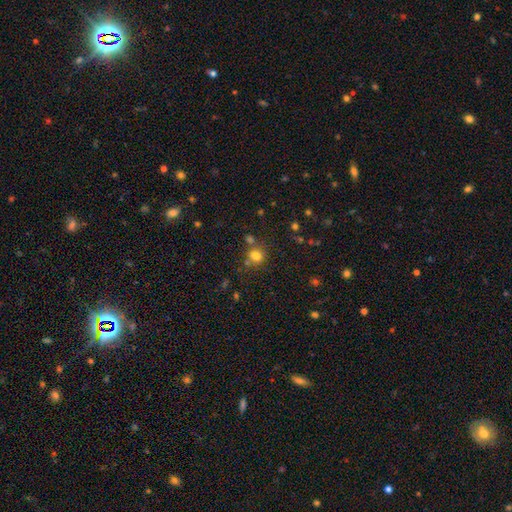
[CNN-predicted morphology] A smooth galaxy with no disk features (75%) that is round (76%). Merging: none (65%).